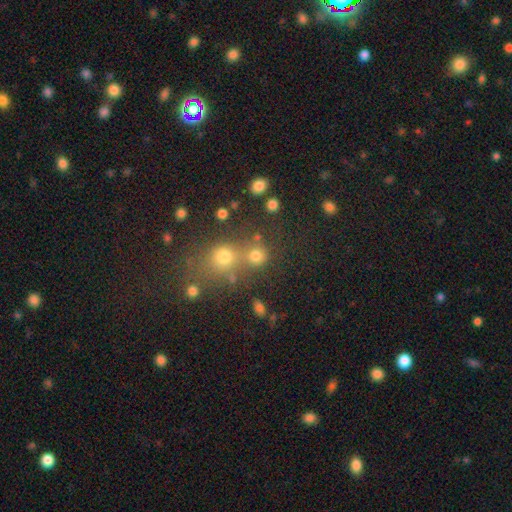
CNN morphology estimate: Smooth or featured? Predicted: smooth (p=0.76). How rounded? Predicted: round (p=0.86). Merging? Predicted: none (p=0.57).